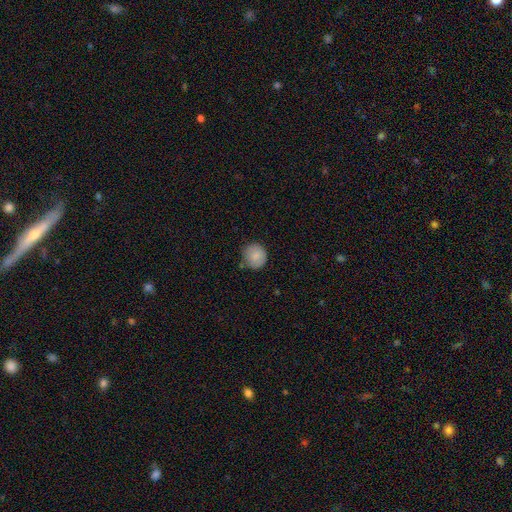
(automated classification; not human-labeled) A smooth galaxy with no disk features (85%) that is round (89%).

Vote fractions:
- Smooth or featured? smooth: 85% / featured or disk: 8% / star or artifact: 7%
- How rounded? round: 89% / in between: 10% / cigar-shaped: 1%
- Merging? none: 77% / minor disturbance: 17% / merger: 3% / major disturbance: 3%